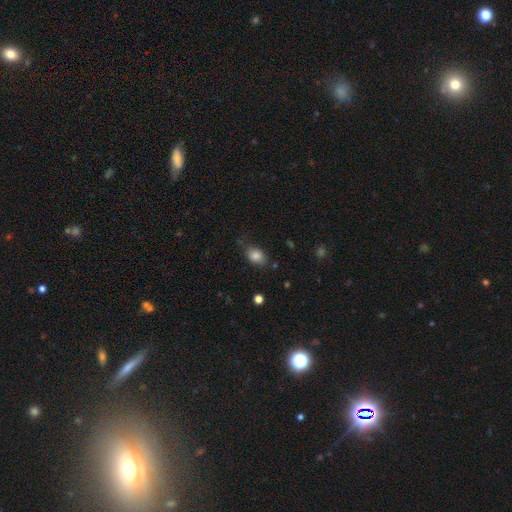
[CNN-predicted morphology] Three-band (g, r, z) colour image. It shows a smooth galaxy with no disk features (84%) that is in between round and cigar-shaped (78%). Merging: none (71%).